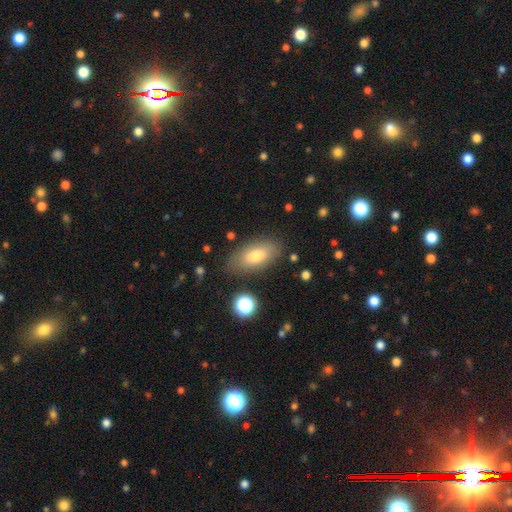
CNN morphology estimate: The model was most divided on "smooth or featured": smooth: 72%, featured or disk: 19%, star or artifact: 8%. More confident: how rounded — in between (88%); merging — none (80%).